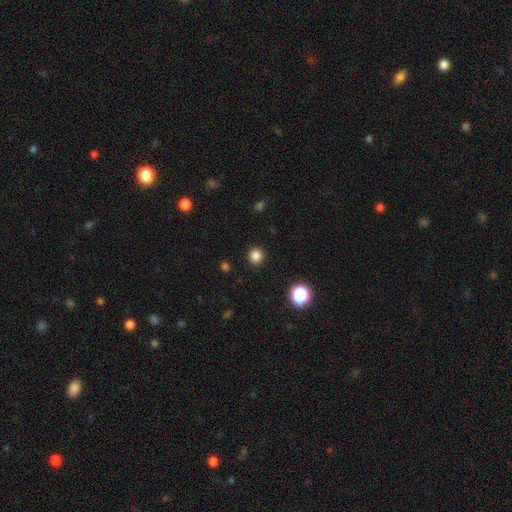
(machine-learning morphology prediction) type=smooth (83%); roundness=round (93%); merging=none (92%).